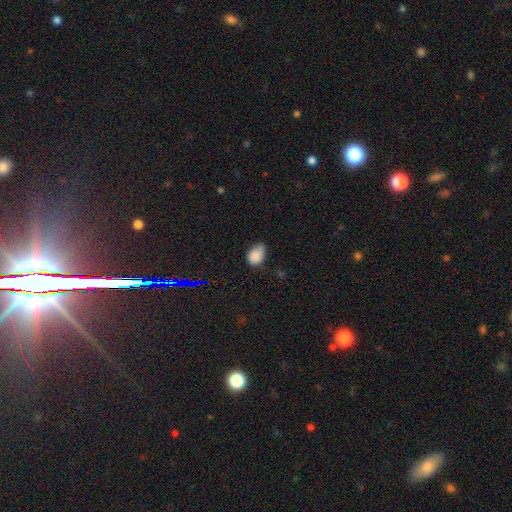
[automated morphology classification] Overall: smooth (86%). How rounded: in between (80%). Merging: none (54%; minor disturbance 38%).